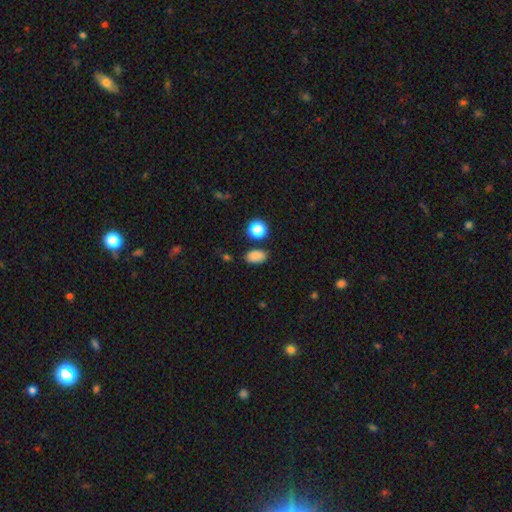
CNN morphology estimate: This appears to be a smooth galaxy with no disk features (84%) that is in between round and cigar-shaped (84%). Merging: none (81%).